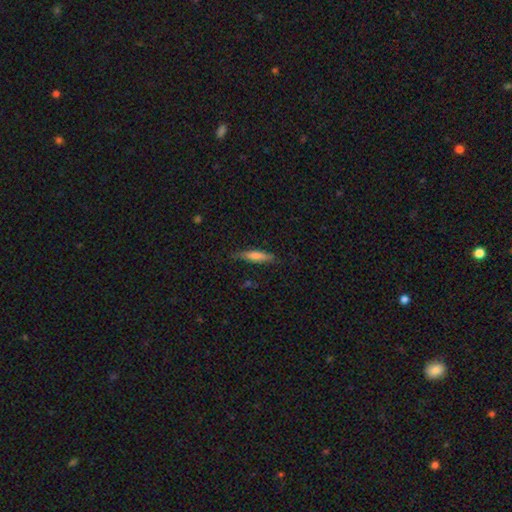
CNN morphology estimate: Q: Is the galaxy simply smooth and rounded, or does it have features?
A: smooth — 66%.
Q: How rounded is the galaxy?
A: cigar-shaped — 81%.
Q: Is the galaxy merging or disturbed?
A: none — 81%.